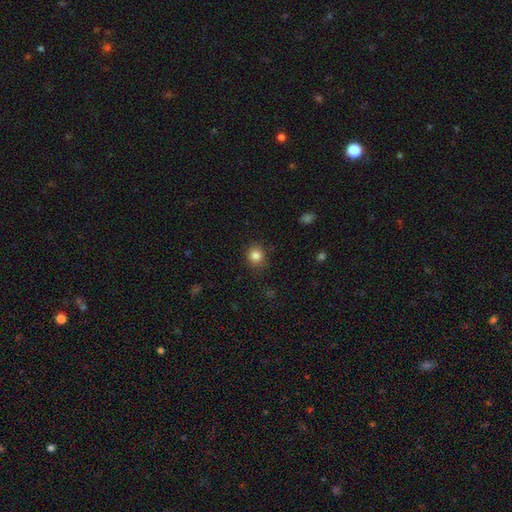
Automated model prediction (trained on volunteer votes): Smooth or featured? Predicted: smooth (p=0.84). How rounded? Predicted: round (p=0.82). Merging? Predicted: none (p=0.85).